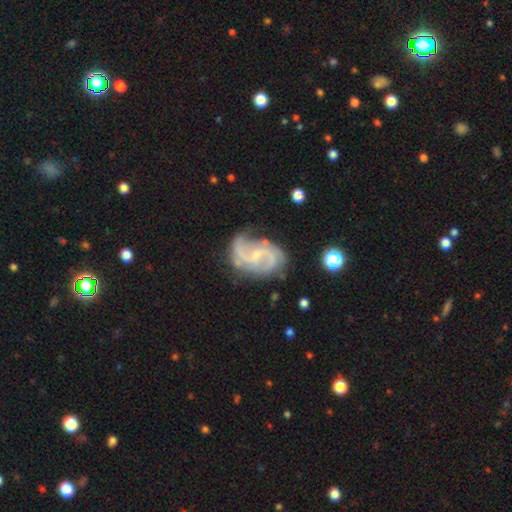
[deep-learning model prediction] This appears to be a featured or disk galaxy (87%) with no bar (46%), 2 (71%) medium (51%) spiral arms (97%) and a small central bulge (72%). Merging: none (68%).